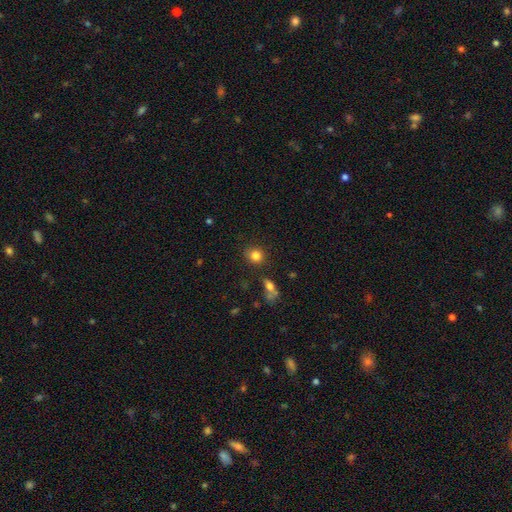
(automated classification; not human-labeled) smooth_or_featured: smooth (p=0.83) [alt: star or artifact p=0.11]
how_rounded: round (p=0.77) [alt: in between p=0.22]
merging: none (p=0.79) [alt: minor disturbance p=0.12]